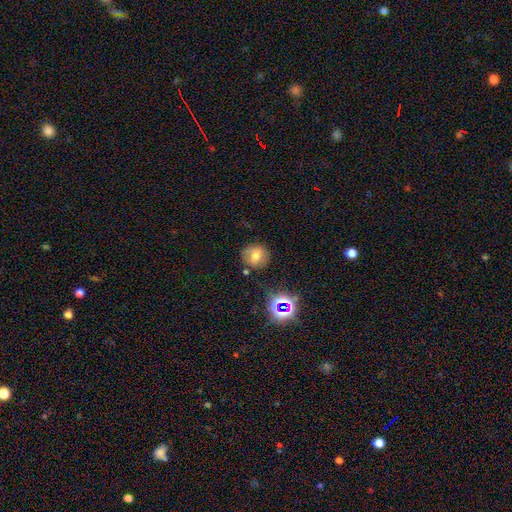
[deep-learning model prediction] A smooth galaxy with no disk features (64%) that is round (84%).

Vote fractions:
- Smooth or featured? smooth: 64% / featured or disk: 18% / star or artifact: 18%
- How rounded? round: 84% / in between: 15% / cigar-shaped: 1%
- Merging? none: 77% / minor disturbance: 14% / merger: 5% / major disturbance: 4%